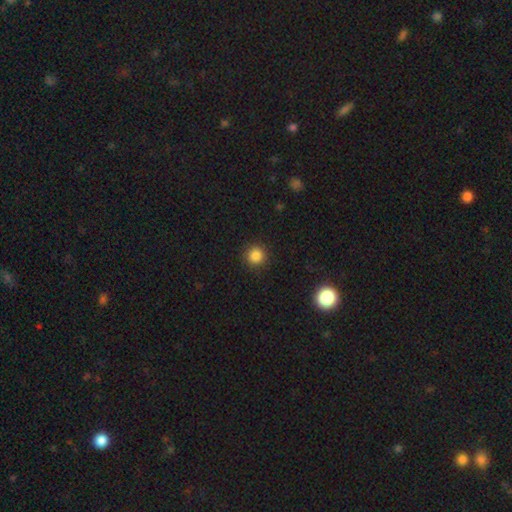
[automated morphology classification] Smooth or featured: smooth — 84% (star or artifact — 12%)
How rounded: round — 95% (in between — 4%)
Merging: none — 92% (minor disturbance — 5%)